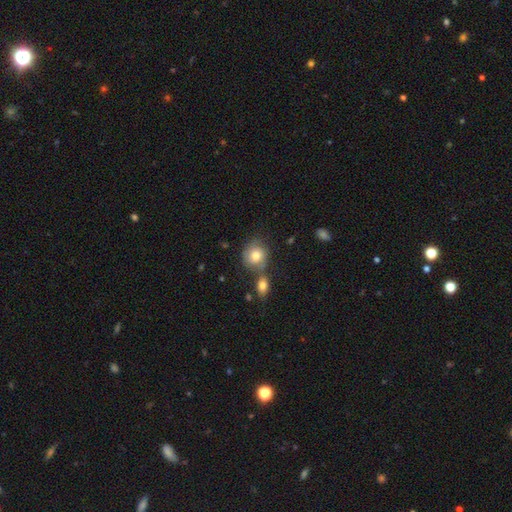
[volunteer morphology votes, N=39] smooth-or-featured: smooth: 72% | featured or disk: 26% | star or artifact: 3%
  how-rounded: round: 79% | in between: 21% | cigar-shaped: 0%
  merging: none: 55% | minor disturbance: 26% | merger: 11% | major disturbance: 8%